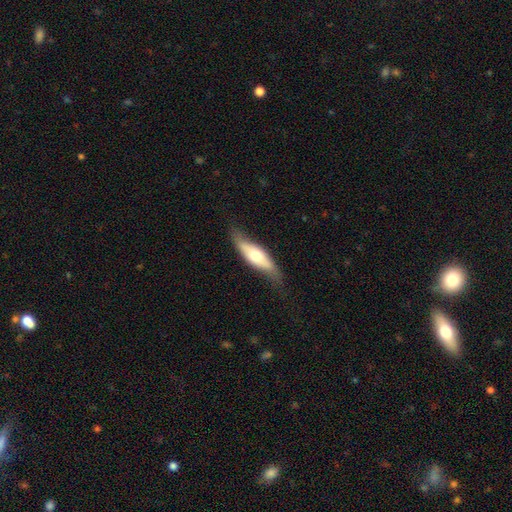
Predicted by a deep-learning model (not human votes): Smooth or featured: featured or disk — 49% (smooth — 46%)
Merging: none — 66% (minor disturbance — 24%)